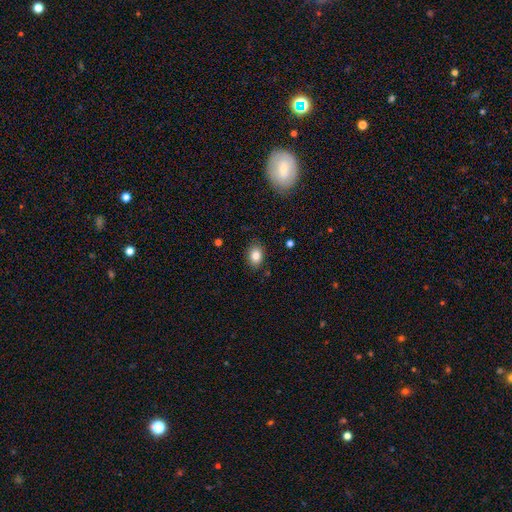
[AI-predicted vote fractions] A smooth galaxy with no disk features (84%) that is in between round and cigar-shaped (72%). Merging: none (84%).